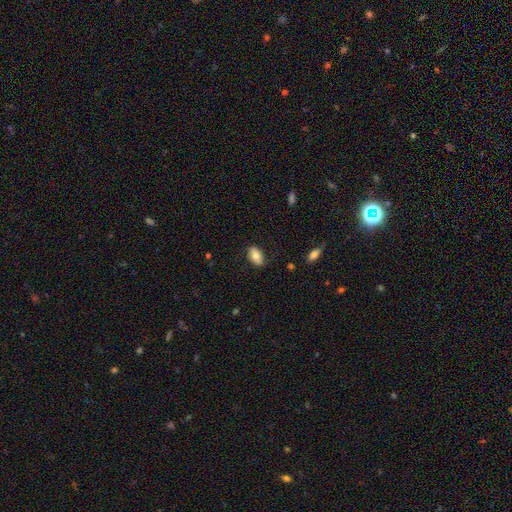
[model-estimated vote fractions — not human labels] A smooth galaxy with no disk features (74%) that is in between round and cigar-shaped (91%). Merging: none (78%).